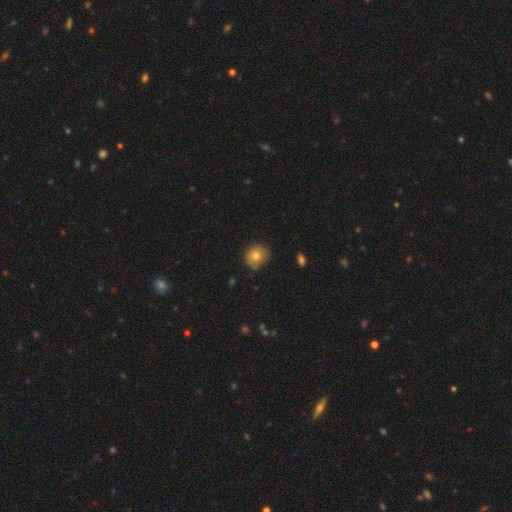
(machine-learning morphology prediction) This is likely a smooth galaxy (78%). How rounded: likely round (79%). Merging: likely none (74%).